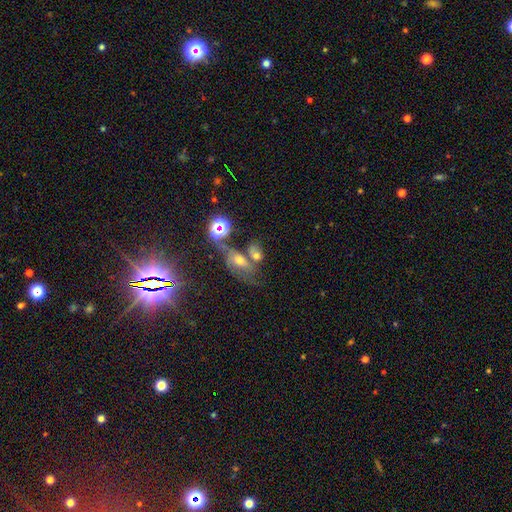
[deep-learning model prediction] Morphology: type=smooth (50%); roundness=in between (72%); merging=merger (48%).